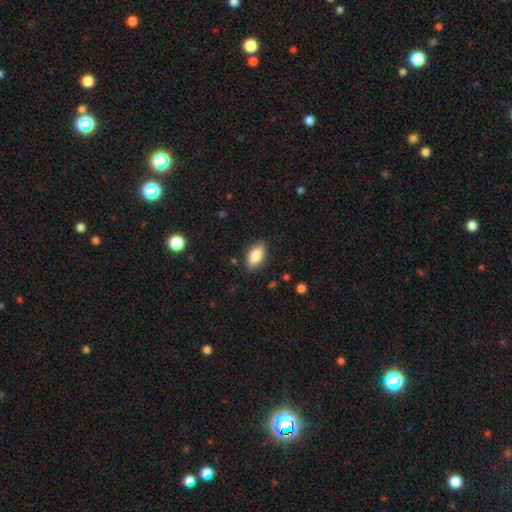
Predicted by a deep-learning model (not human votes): This is likely a smooth galaxy (75%). How rounded: clearly in between (85%). Merging: clearly none (84%).